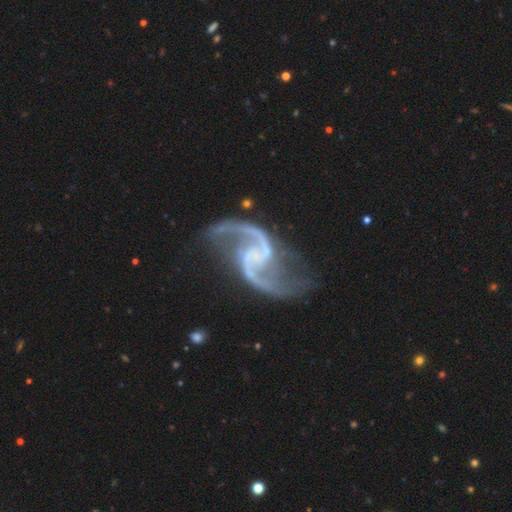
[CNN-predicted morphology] type=featured or disk (94%); edge-on=no (98%); bar=weak (44%); spiral arms=yes (98%); winding=loose (69%); arm count=2 (95%); bulge=none (51%); merging=none (68%).